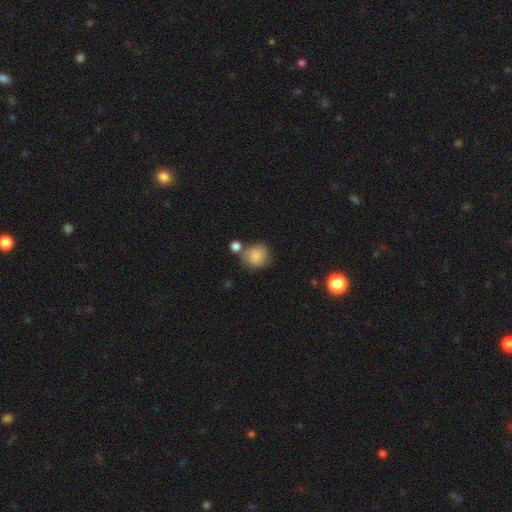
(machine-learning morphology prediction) Smooth or featured? smooth (84%)
How rounded? round (81%)
Merging? none (55%)